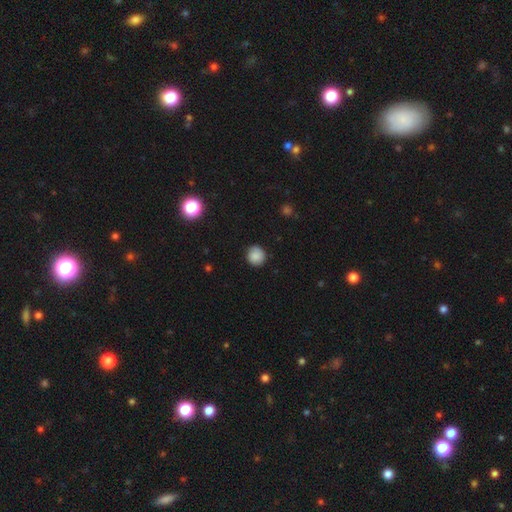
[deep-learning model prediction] Morphology: type=smooth (86%); roundness=round (91%); merging=none (87%).